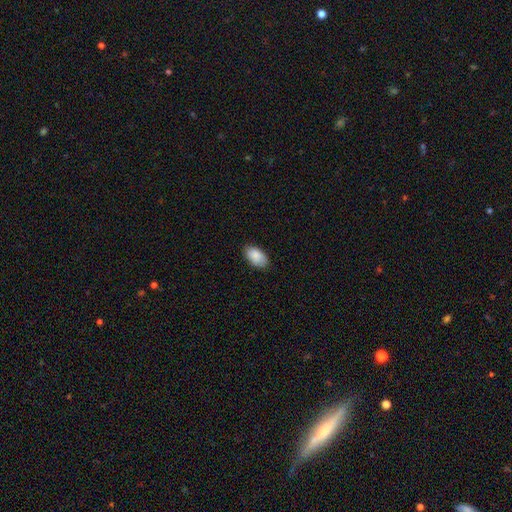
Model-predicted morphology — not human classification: A smooth galaxy with no disk features (87%) that is in between round and cigar-shaped (94%).

Vote fractions:
- Smooth or featured? smooth: 87% / featured or disk: 7% / star or artifact: 6%
- How rounded? in between: 94% / round: 4% / cigar-shaped: 2%
- Merging? none: 82% / minor disturbance: 14% / major disturbance: 2% / merger: 1%